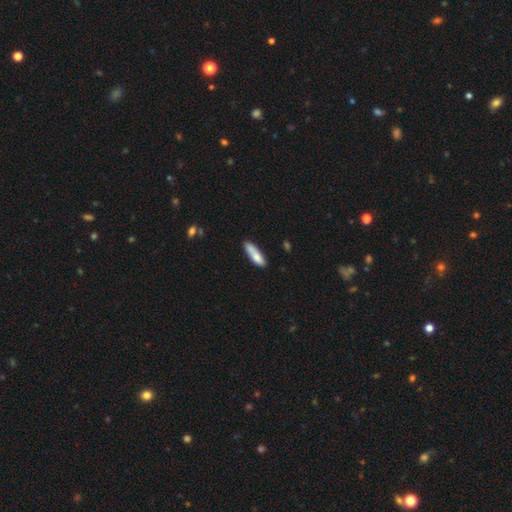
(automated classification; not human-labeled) Smooth or featured? smooth (80%)
How rounded? cigar-shaped (62%)
Merging? none (71%)